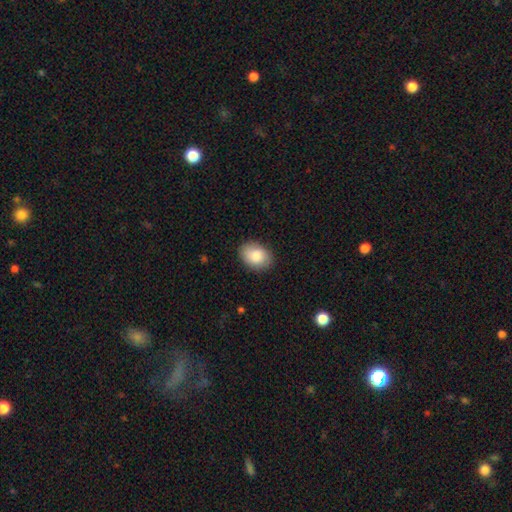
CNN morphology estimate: A smooth galaxy with no disk features (85%) that is in between round and cigar-shaped (77%). Merging: none (86%).